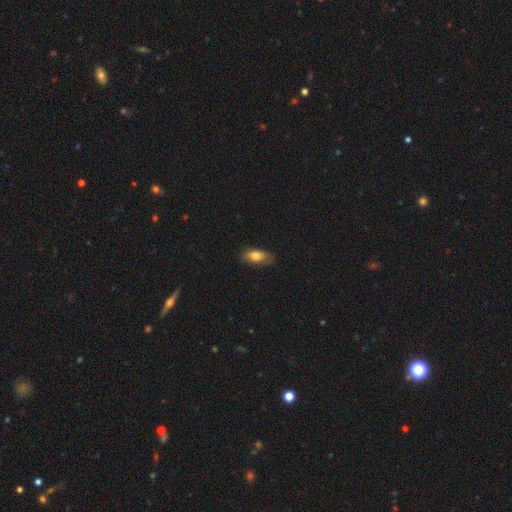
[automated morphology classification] The model was most divided on "merging": none: 72%, minor disturbance: 22%, major disturbance: 5%, merger: 1%. More confident: how rounded — in between (84%); smooth or featured — smooth (78%).